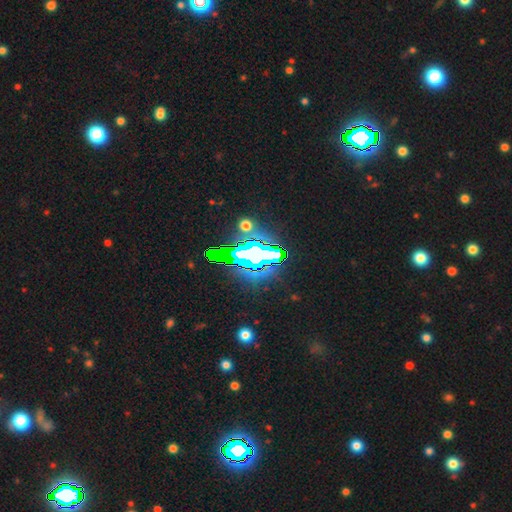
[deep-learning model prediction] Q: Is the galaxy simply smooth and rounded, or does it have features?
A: star or artifact — 69%.